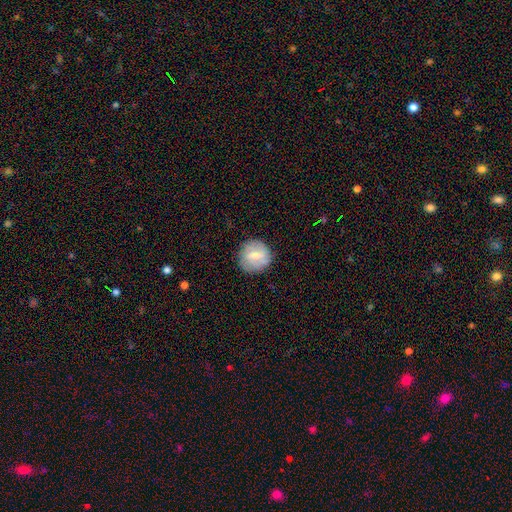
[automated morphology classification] type=smooth (51%); roundness=round (90%); merging=none (83%).